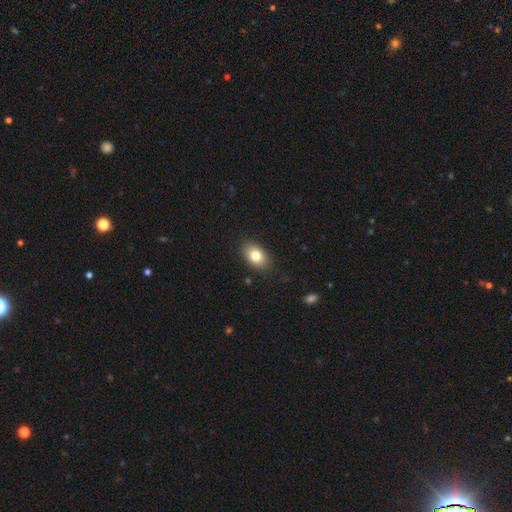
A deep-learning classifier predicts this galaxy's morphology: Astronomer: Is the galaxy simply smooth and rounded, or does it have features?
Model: smooth — 81%.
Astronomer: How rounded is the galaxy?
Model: in between — 85%.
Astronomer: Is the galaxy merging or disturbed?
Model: none — 86%.